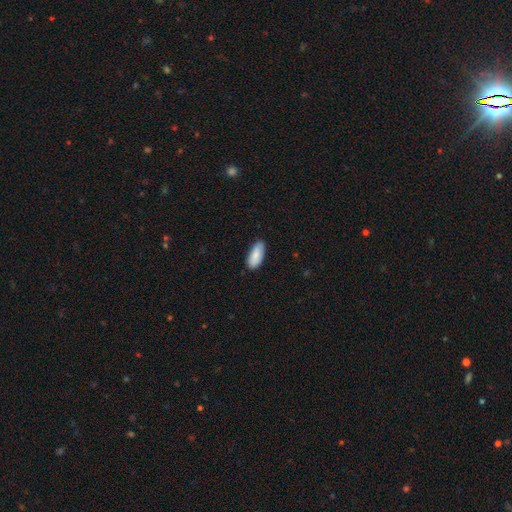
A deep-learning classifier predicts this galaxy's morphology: smooth 84%, featured or disk 10%, star or artifact 6%. Down the decision tree: how rounded — in between (87%); merging — none (83%).